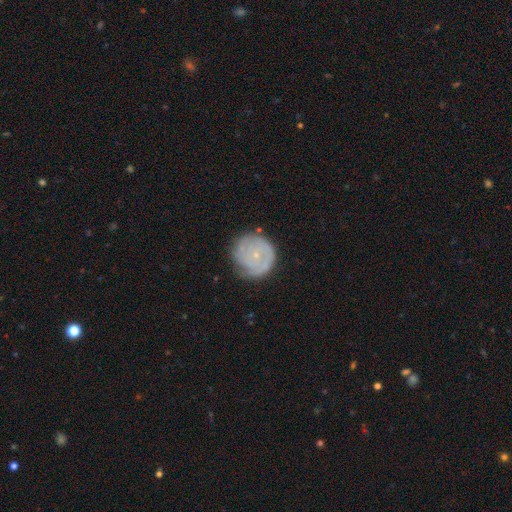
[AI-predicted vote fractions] Morphology: type=featured or disk (61%); edge-on=no (97%); bar=no (83%); spiral arms=yes (81%); bulge=small (85%); merging=none (72%).